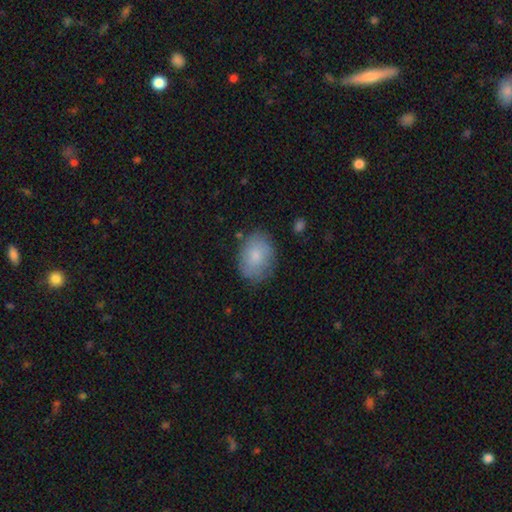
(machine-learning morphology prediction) The model was most divided on "how rounded": in between: 70%, round: 29%, cigar-shaped: 1%. More confident: smooth or featured — smooth (78%); merging — none (76%).